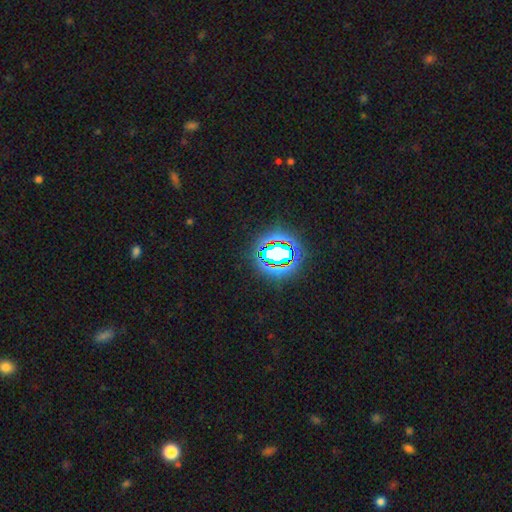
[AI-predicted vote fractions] star or artifact 83%, smooth 11%, featured or disk 6%.